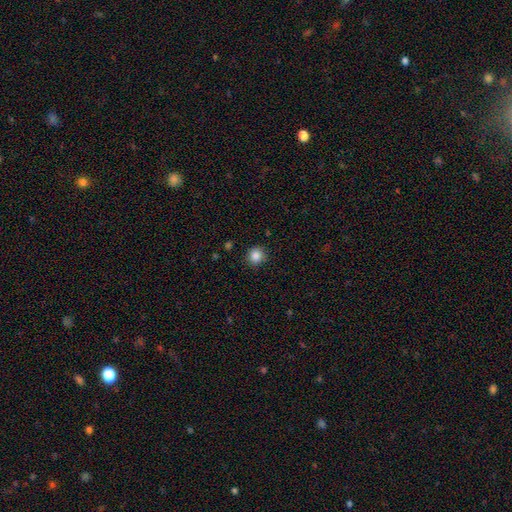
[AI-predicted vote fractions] Q: Smooth or featured?
A: smooth (86%); runner-up: star or artifact (10%)
Q: How rounded?
A: round (91%); runner-up: in between (8%)
Q: Merging?
A: none (89%); runner-up: minor disturbance (8%)